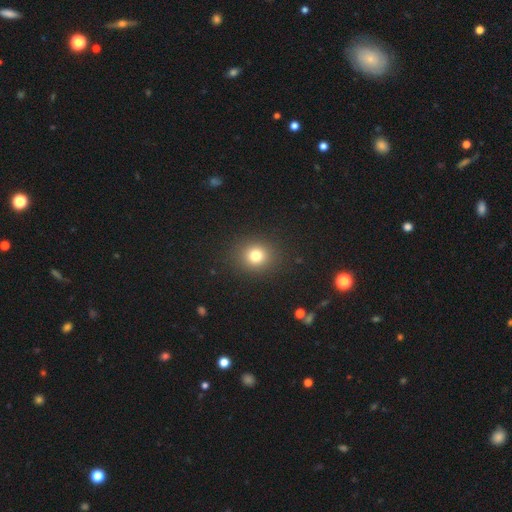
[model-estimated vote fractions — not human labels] A smooth galaxy with no disk features (78%) that is round (83%). Merging: none (90%).